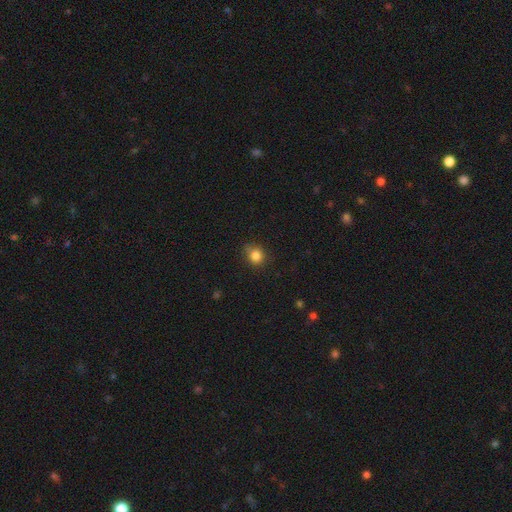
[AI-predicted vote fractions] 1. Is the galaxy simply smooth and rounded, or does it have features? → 83% smooth, 12% star or artifact, 5% featured or disk.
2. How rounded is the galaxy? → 80% round, 19% in between, 1% cigar-shaped.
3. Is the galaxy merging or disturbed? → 74% none, 20% minor disturbance, 4% major disturbance, 2% merger.